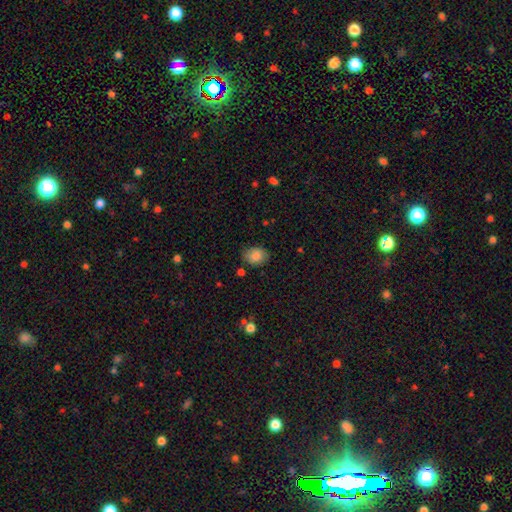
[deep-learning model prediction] Q: Smooth or featured?
A: smooth (85%); runner-up: star or artifact (8%)
Q: How rounded?
A: in between (65%); runner-up: round (34%)
Q: Merging?
A: none (81%); runner-up: minor disturbance (15%)